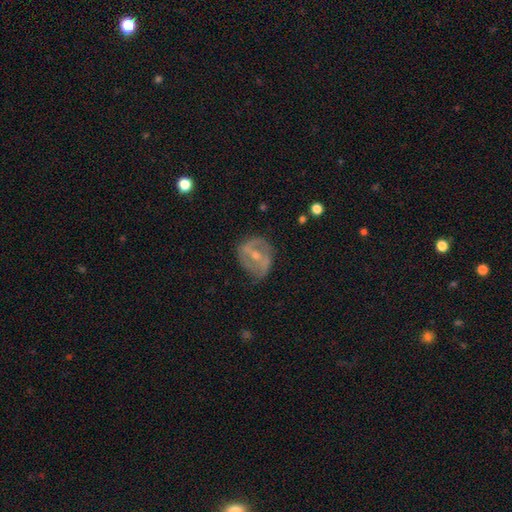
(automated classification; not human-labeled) Smooth or featured? featured or disk (72%)
Edge-on disk? no (95%)
Bar? strong (41%)
Spiral arms? yes (66%)
Bulge size? small (49%)
Merging? none (65%)